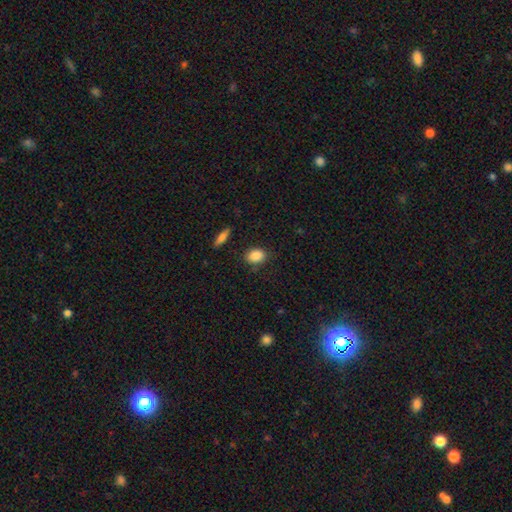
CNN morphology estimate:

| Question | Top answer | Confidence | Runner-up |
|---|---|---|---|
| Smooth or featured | smooth | 87% | star or artifact (8%) |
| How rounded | in between | 66% | round (32%) |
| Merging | none | 83% | minor disturbance (12%) |